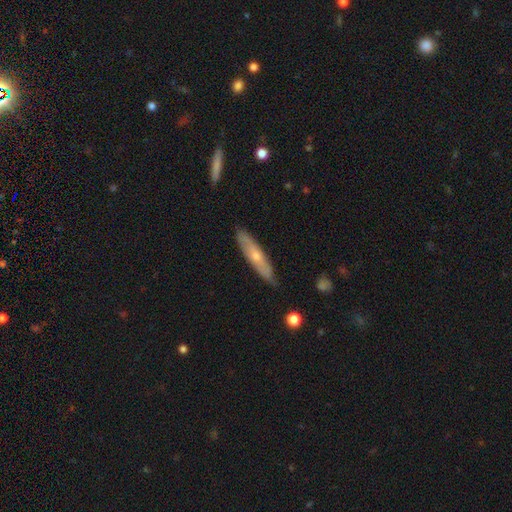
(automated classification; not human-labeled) featured or disk 49%, smooth 45%, star or artifact 6%. Down the decision tree: merging — none (82%).